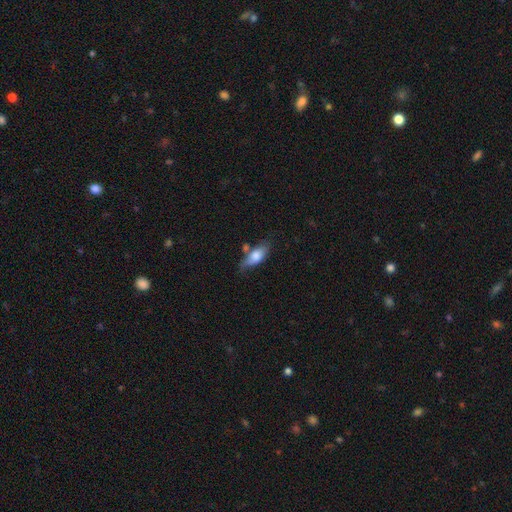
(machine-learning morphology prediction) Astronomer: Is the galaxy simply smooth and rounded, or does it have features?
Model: smooth — 71%.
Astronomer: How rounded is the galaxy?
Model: in between — 79%.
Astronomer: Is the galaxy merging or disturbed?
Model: none — 49% (runner-up: minor disturbance, 28%).